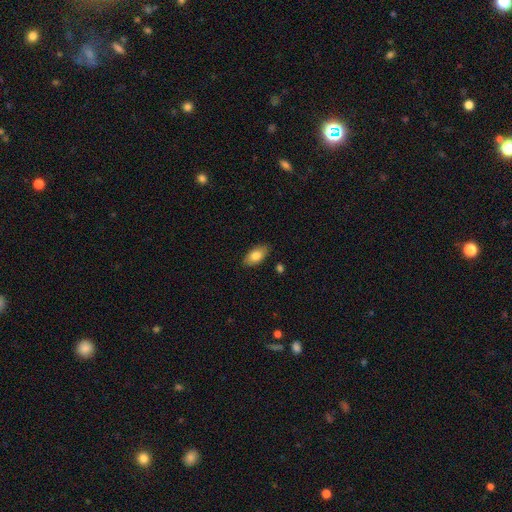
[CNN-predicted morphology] Smooth or featured?
  - smooth: 81% *
  - featured or disk: 12%
  - star or artifact: 7%
How rounded?
  - in between: 93% *
  - cigar-shaped: 4%
  - round: 3%
Merging?
  - none: 86% *
  - minor disturbance: 10%
  - major disturbance: 2%
  - merger: 1%